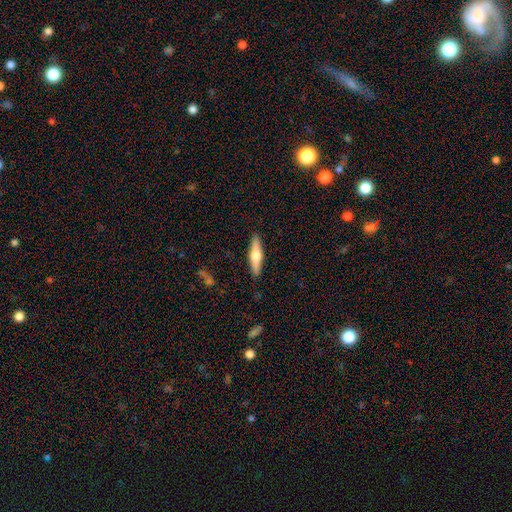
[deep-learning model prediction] A featured or disk galaxy (56%) viewed edge-on (96%) with a rounded central bulge (94%). Merging: none (90%).